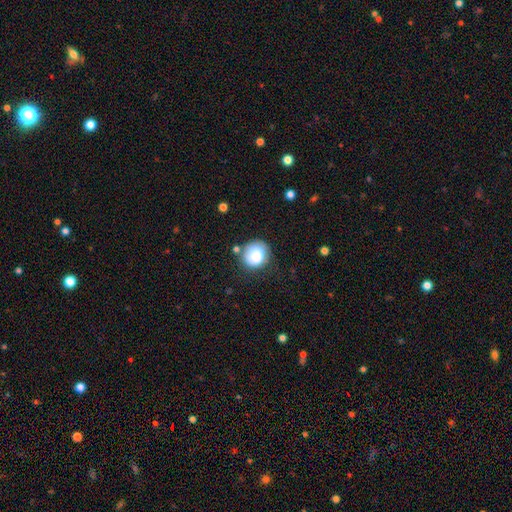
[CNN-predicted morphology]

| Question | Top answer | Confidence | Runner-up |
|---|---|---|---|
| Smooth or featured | smooth | 82% | featured or disk (9%) |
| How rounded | round | 79% | in between (20%) |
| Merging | none | 70% | minor disturbance (18%) |